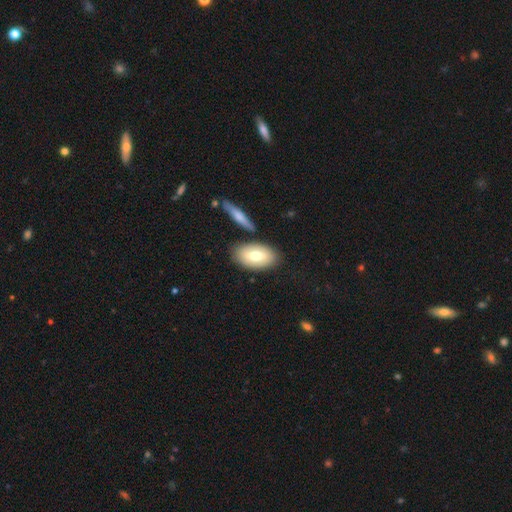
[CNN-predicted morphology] A smooth galaxy with no disk features (67%) that is in between round and cigar-shaped (92%).

Vote fractions:
- Smooth or featured? smooth: 67% / featured or disk: 27% / star or artifact: 6%
- How rounded? in between: 92% / round: 5% / cigar-shaped: 3%
- Merging? none: 77% / minor disturbance: 12% / merger: 9% / major disturbance: 3%